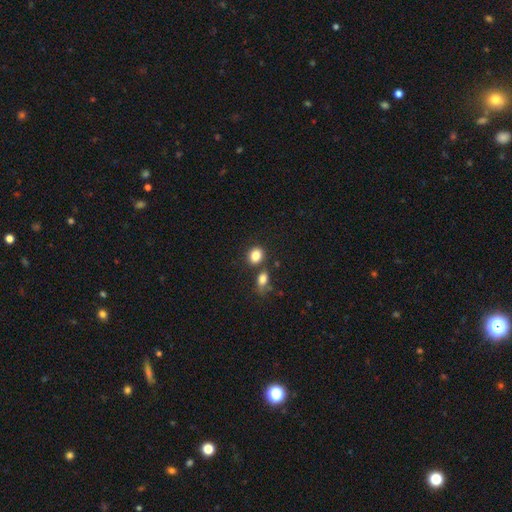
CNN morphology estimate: smooth 84%, star or artifact 10%, featured or disk 6%. Down the decision tree: how rounded — round (56%); merging — none (68%).